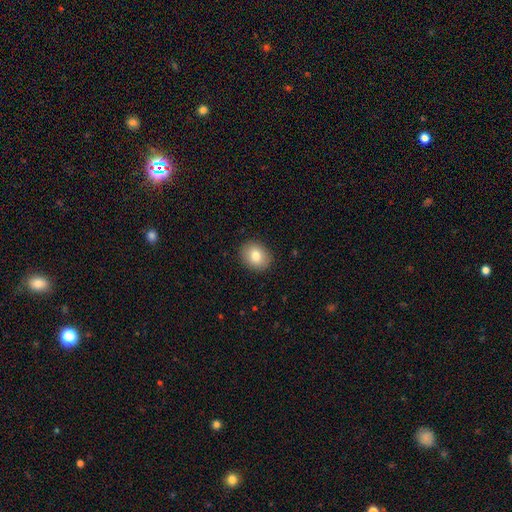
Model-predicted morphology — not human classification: Q: Smooth or featured?
A: smooth (81%); runner-up: featured or disk (11%)
Q: How rounded?
A: round (57%); runner-up: in between (42%)
Q: Merging?
A: none (90%); runner-up: minor disturbance (7%)